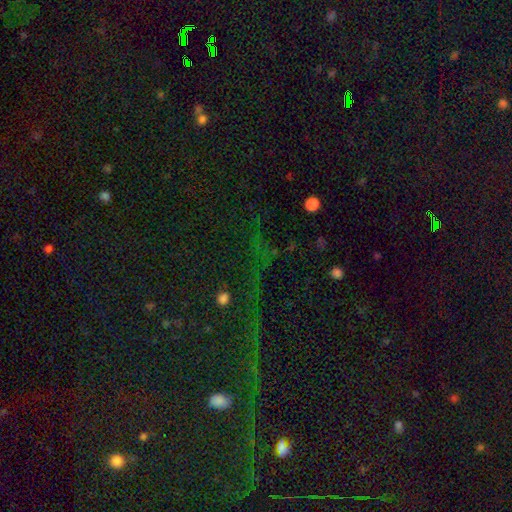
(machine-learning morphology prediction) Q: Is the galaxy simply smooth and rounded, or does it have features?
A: star or artifact — 73%.